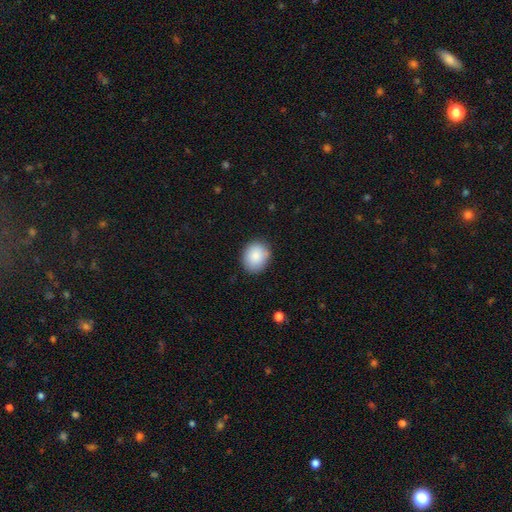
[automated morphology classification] Smooth or featured? smooth (88%)
How rounded? round (70%)
Merging? none (85%)